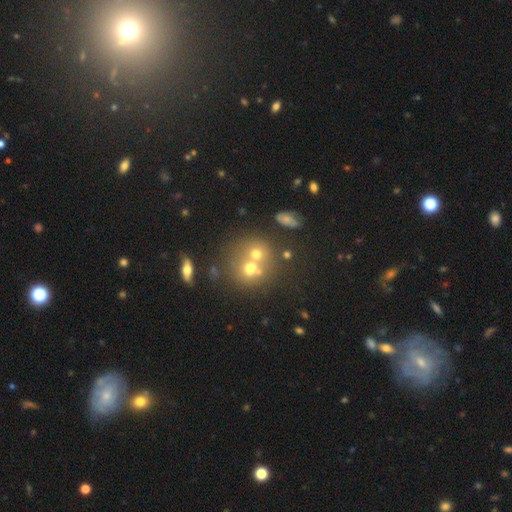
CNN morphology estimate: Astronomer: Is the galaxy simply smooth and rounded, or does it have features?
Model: smooth — 55%.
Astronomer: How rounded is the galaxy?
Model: round — 79%.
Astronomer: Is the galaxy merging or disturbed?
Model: merger — 54% (runner-up: none, 35%).